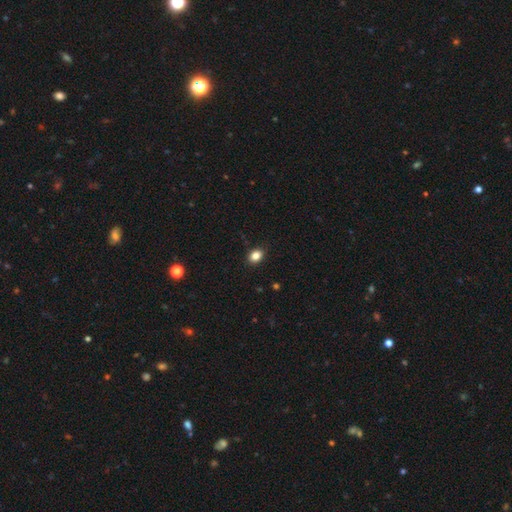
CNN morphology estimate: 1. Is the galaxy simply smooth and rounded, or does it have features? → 85% smooth, 10% star or artifact, 5% featured or disk.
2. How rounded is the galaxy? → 61% in between, 38% round, 1% cigar-shaped.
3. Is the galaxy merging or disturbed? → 88% none, 9% minor disturbance, 2% major disturbance, 1% merger.